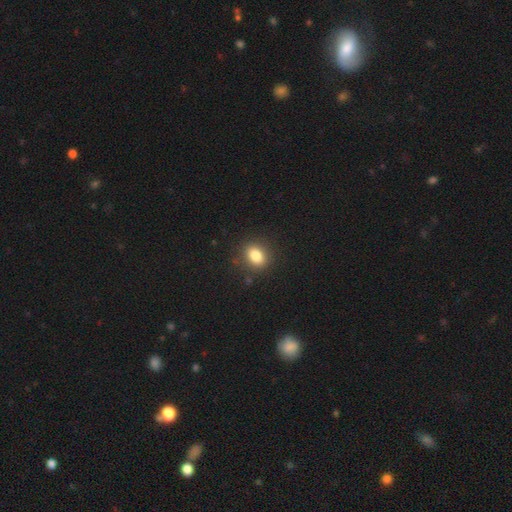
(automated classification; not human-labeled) Overall: smooth (83%). How rounded: in between (57%; round 41%). Merging: none (87%).